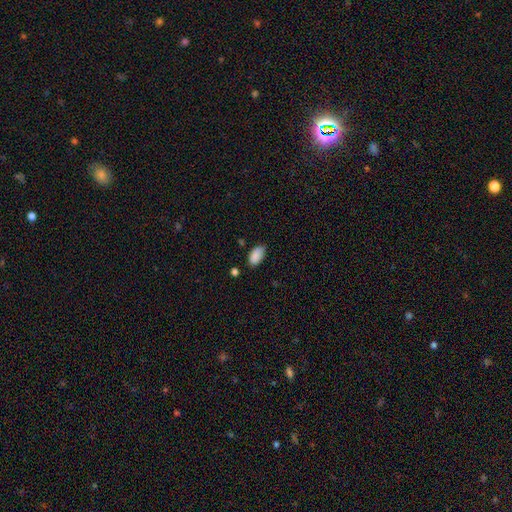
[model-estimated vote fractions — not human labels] The model was most divided on "merging": none: 74%, minor disturbance: 20%, major disturbance: 4%, merger: 3%. More confident: how rounded — in between (94%); smooth or featured — smooth (89%).